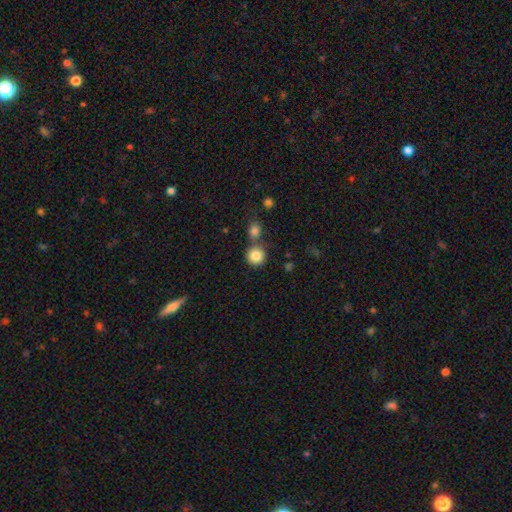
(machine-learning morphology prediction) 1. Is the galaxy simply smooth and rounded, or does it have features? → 84% smooth, 9% star or artifact, 6% featured or disk.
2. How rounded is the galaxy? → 92% round, 7% in between, 1% cigar-shaped.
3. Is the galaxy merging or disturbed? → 64% none, 24% merger, 9% minor disturbance, 3% major disturbance.